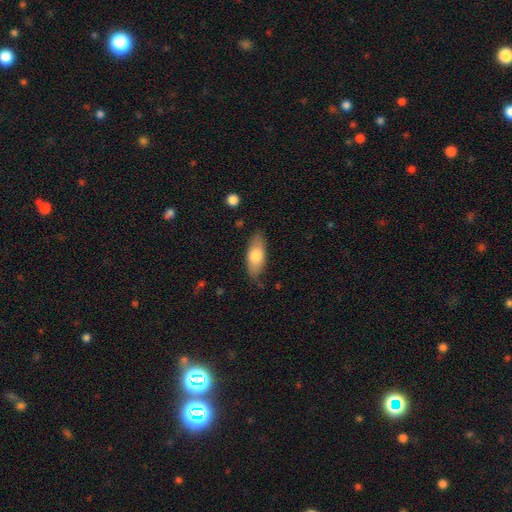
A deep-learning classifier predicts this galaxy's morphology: smooth-or-featured: smooth: 75% | featured or disk: 19% | star or artifact: 6%
  how-rounded: in between: 80% | cigar-shaped: 17% | round: 2%
  merging: none: 80% | minor disturbance: 16% | major disturbance: 3% | merger: 2%